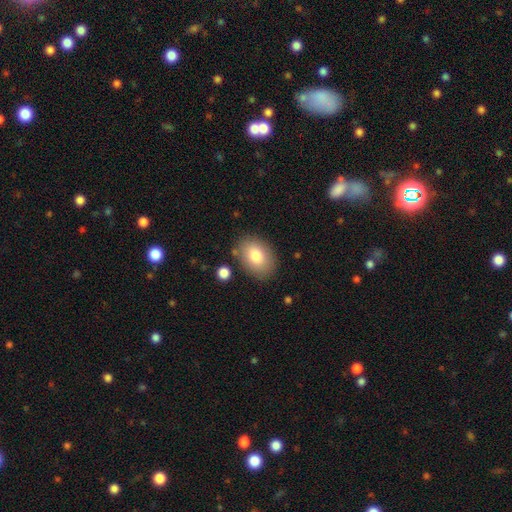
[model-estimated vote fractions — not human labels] Smooth or featured? Predicted: smooth (p=0.80). How rounded? Predicted: in between (p=0.82). Merging? Predicted: none (p=0.82).